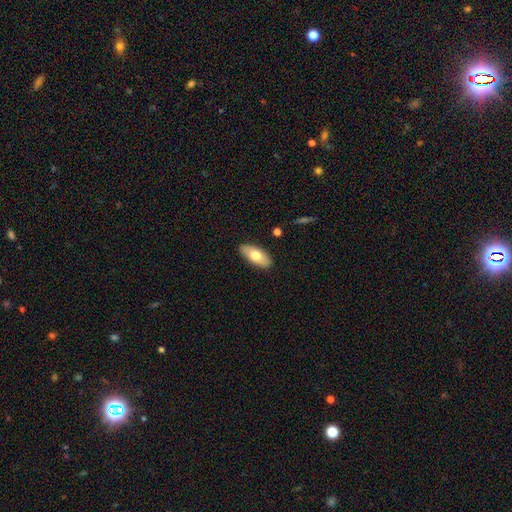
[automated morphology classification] Smooth or featured?
  - smooth: 71% *
  - featured or disk: 23%
  - star or artifact: 6%
How rounded?
  - in between: 89% *
  - cigar-shaped: 9%
  - round: 2%
Merging?
  - none: 88% *
  - minor disturbance: 9%
  - major disturbance: 2%
  - merger: 1%